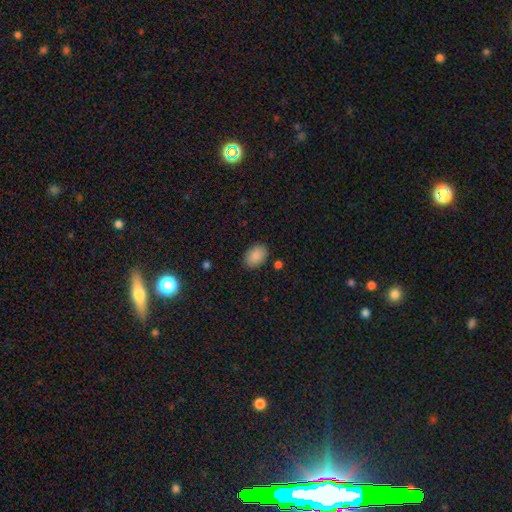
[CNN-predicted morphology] The model was most divided on "how rounded": in between: 87%, round: 11%, cigar-shaped: 1%. More confident: smooth or featured — smooth (89%); merging — none (86%).